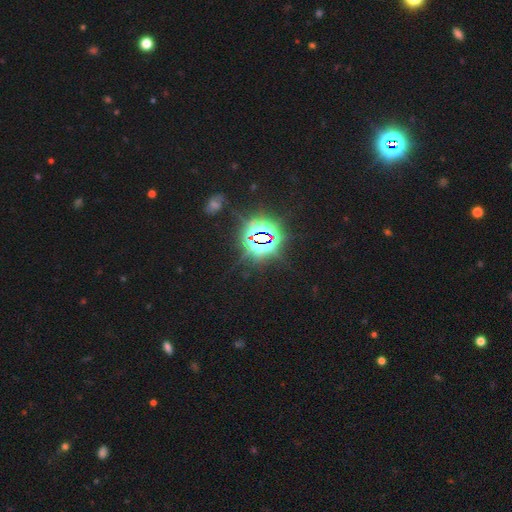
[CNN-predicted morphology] A star or artifact, not a galaxy (81%).